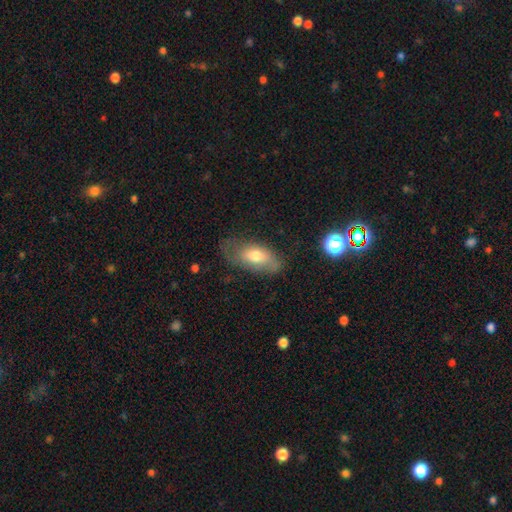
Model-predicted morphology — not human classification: Q: Smooth or featured?
A: smooth (65%); runner-up: featured or disk (27%)
Q: How rounded?
A: in between (88%); runner-up: cigar-shaped (8%)
Q: Merging?
A: none (53%); runner-up: minor disturbance (29%)